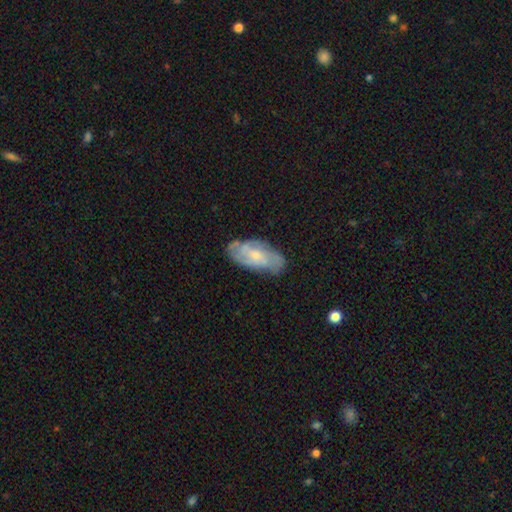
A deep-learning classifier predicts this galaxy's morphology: Smooth or featured?
  - featured or disk: 64% *
  - smooth: 30%
  - star or artifact: 6%
Edge-on disk?
  - no: 93% *
  - yes: 7%
Bar?
  - no: 62% *
  - weak: 32%
  - strong: 6%
Spiral arms?
  - yes: 84% *
  - no: 16%
Spiral winding?
  - tight: 46% *
  - medium: 39%
  - loose: 15%
Spiral arm count?
  - can't tell: 39% *
  - 2: 26%
  - 3: 19%
  - 4: 9%
  - 1: 4%
  - more than 4: 4%
Bulge size?
  - small: 64% *
  - moderate: 31%
  - none: 3%
  - large: 1%
  - dominant: 1%
Merging?
  - none: 71% *
  - minor disturbance: 21%
  - major disturbance: 6%
  - merger: 2%